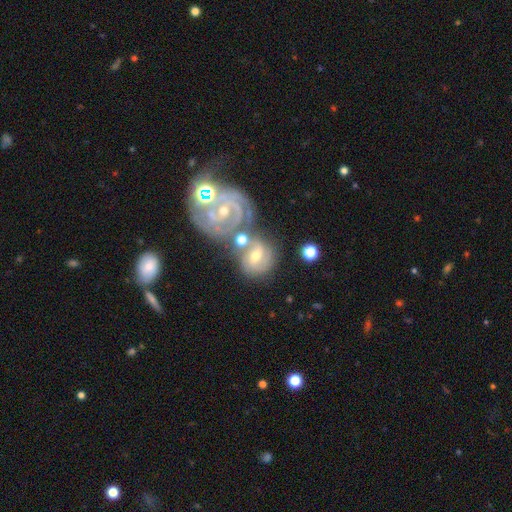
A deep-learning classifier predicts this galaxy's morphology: Q: Smooth or featured?
A: featured or disk (71%); runner-up: smooth (20%)
Q: Edge-on disk?
A: no (97%); runner-up: yes (3%)
Q: Bar?
A: weak (45%); runner-up: no (33%)
Q: Spiral arms?
A: yes (93%); runner-up: no (7%)
Q: Spiral winding?
A: tight (51%); runner-up: medium (40%)
Q: Spiral arm count?
A: 3 (39%); runner-up: 2 (33%)
Q: Bulge size?
A: moderate (62%); runner-up: small (33%)
Q: Merging?
A: none (41%); runner-up: merger (38%)